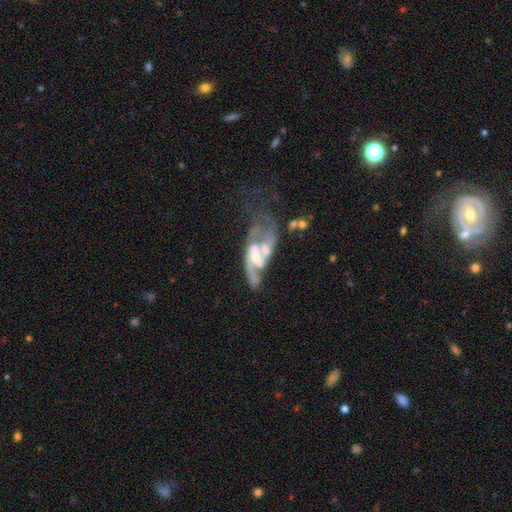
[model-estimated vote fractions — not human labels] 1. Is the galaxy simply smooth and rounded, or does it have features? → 80% featured or disk, 12% smooth, 8% star or artifact.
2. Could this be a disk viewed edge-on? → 93% no, 7% yes.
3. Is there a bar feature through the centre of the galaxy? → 40% weak, 34% no, 26% strong.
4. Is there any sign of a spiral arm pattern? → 82% yes, 18% no.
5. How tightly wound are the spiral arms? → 41% medium, 40% loose, 19% tight.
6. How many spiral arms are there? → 62% 2, 16% can't tell, 15% 1, 4% 3, 2% 4, 2% more than 4.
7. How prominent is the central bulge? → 39% moderate, 31% small, 19% none, 9% large, 2% dominant.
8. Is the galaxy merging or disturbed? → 33% merger (tied), 33% major disturbance (tied), 21% none, 14% minor disturbance.